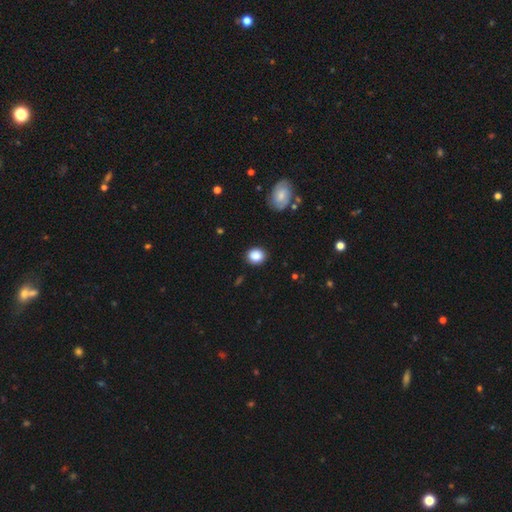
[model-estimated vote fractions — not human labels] This is clearly a smooth galaxy (87%). How rounded: likely round (66%). Merging: clearly none (88%).